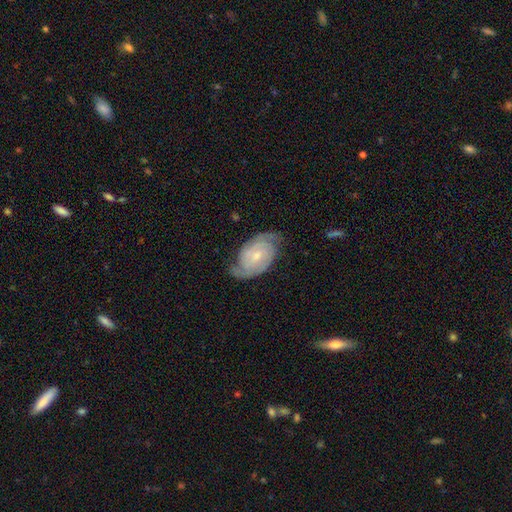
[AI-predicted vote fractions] Morphology: type=featured or disk (85%); edge-on=no (97%); bar=no (55%); spiral arms=yes (97%); winding=tight (61%); arm count=2 (82%); bulge=small (51%); merging=none (76%).